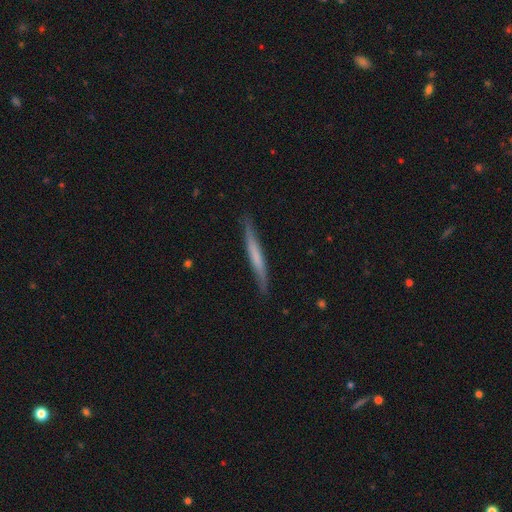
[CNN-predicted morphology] type=smooth (51%); roundness=cigar-shaped (96%); merging=none (85%).